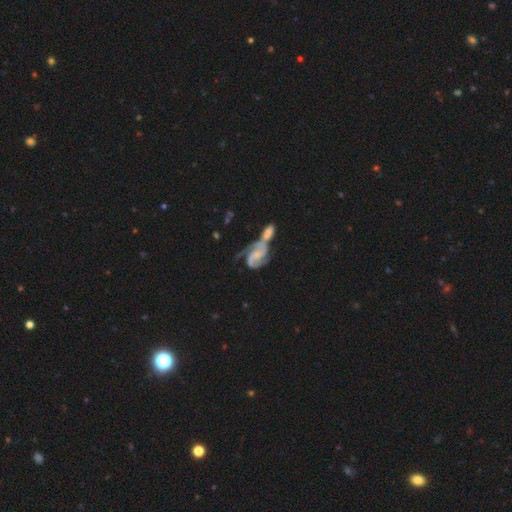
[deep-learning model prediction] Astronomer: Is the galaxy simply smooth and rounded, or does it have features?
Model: featured or disk — 85%.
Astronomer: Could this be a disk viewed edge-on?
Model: no — 97%.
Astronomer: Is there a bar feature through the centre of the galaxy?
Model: no — 53% (runner-up: weak, 35%).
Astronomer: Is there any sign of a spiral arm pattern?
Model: yes — 97%.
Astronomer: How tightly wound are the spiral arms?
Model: medium — 50% (runner-up: tight, 30%).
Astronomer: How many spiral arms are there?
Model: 2 — 81%.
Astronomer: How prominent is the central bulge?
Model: small — 47% (runner-up: none, 31%).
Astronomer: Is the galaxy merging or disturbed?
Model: merger — 58%.